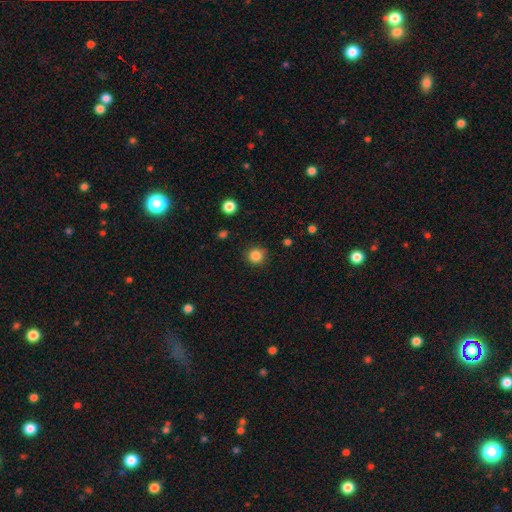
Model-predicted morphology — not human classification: Smooth or featured: smooth — 85% (star or artifact — 11%)
How rounded: round — 92% (in between — 7%)
Merging: none — 87% (minor disturbance — 9%)